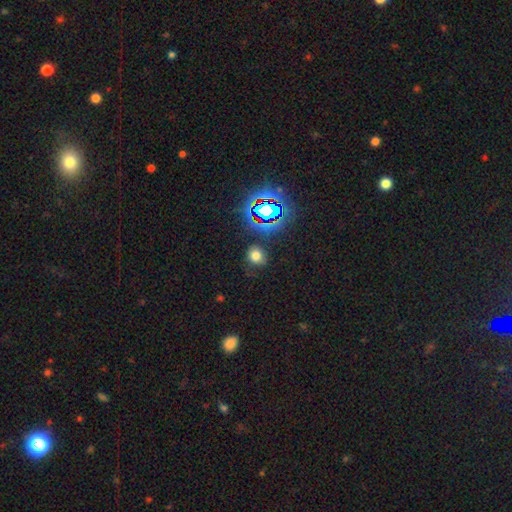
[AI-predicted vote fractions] This is likely a smooth galaxy (68%). How rounded: likely round (73%). Merging: likely none (79%).